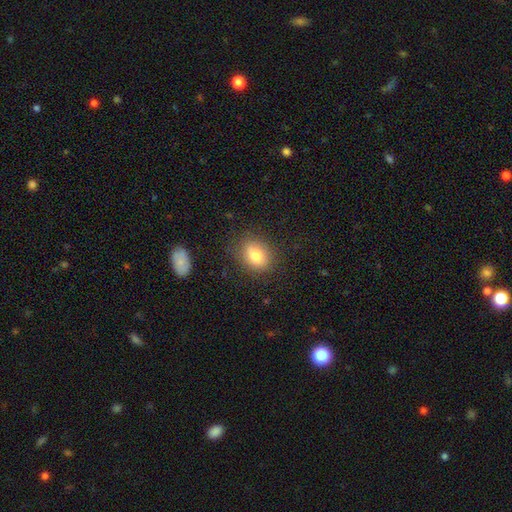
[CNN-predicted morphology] type=smooth (79%); roundness=in between (56%); merging=none (81%).